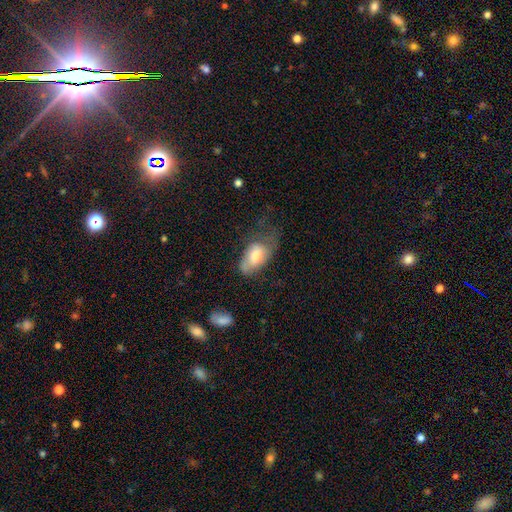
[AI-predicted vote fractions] Overall: smooth (69%). How rounded: in between (92%). Merging: major disturbance (35%; minor disturbance 33%).